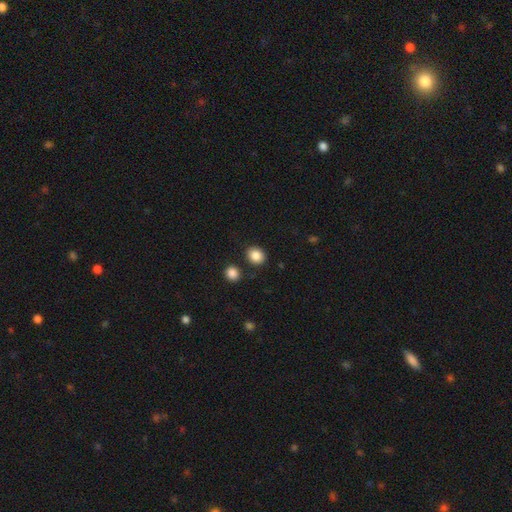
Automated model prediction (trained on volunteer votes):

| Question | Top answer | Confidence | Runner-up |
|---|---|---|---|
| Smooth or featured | smooth | 87% | star or artifact (9%) |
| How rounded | round | 70% | in between (29%) |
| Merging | none | 84% | minor disturbance (8%) |